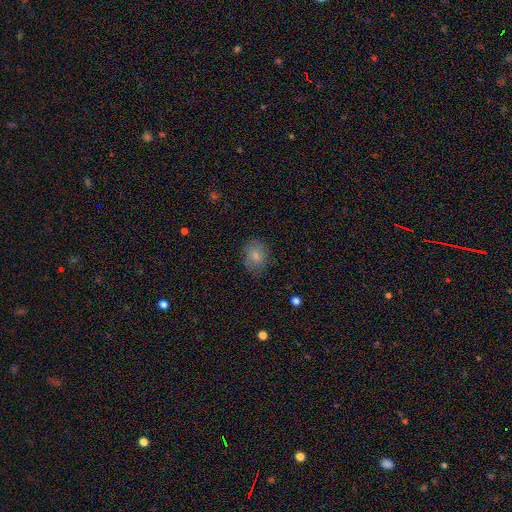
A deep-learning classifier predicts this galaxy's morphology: This is likely a smooth galaxy (78%). How rounded: possibly in between (54%). Merging: likely none (77%).